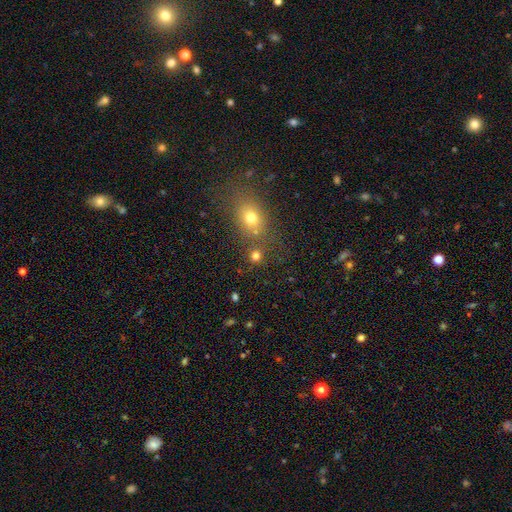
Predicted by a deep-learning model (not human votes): Smooth or featured?
  - smooth: 74% *
  - star or artifact: 18%
  - featured or disk: 8%
How rounded?
  - round: 84% *
  - in between: 15%
  - cigar-shaped: 1%
Merging?
  - none: 69% *
  - merger: 19%
  - minor disturbance: 8%
  - major disturbance: 4%